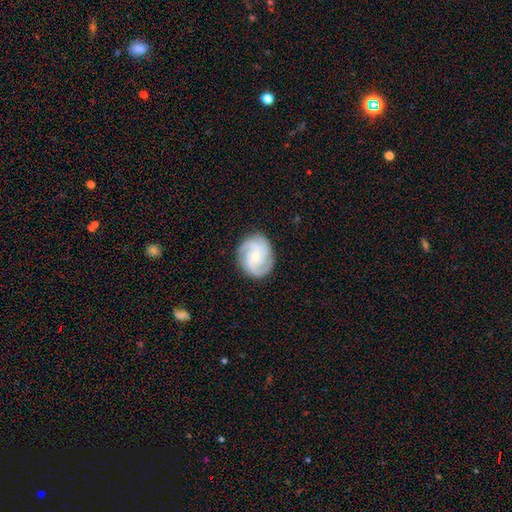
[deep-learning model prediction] Q: Smooth or featured?
A: featured or disk (85%); runner-up: smooth (10%)
Q: Edge-on disk?
A: no (98%); runner-up: yes (2%)
Q: Bar?
A: no (69%); runner-up: weak (27%)
Q: Spiral arms?
A: yes (98%); runner-up: no (2%)
Q: Spiral winding?
A: tight (51%); runner-up: medium (41%)
Q: Spiral arm count?
A: 3 (59%); runner-up: 4 (13%)
Q: Bulge size?
A: small (70%); runner-up: moderate (25%)
Q: Merging?
A: none (84%); runner-up: minor disturbance (12%)